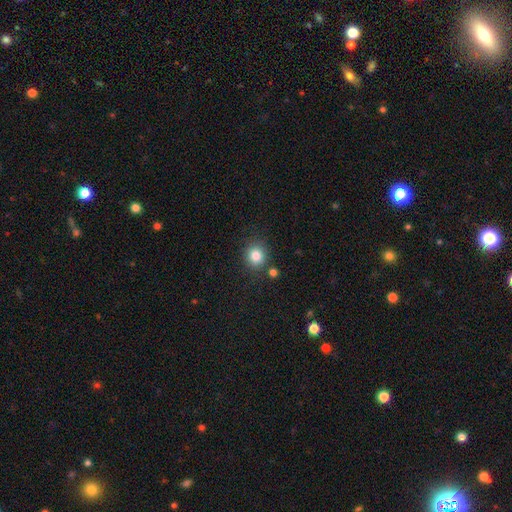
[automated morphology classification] Smooth or featured?
  - smooth: 83% *
  - star or artifact: 11%
  - featured or disk: 5%
How rounded?
  - round: 86% *
  - in between: 13%
  - cigar-shaped: 1%
Merging?
  - none: 83% *
  - minor disturbance: 9%
  - merger: 5%
  - major disturbance: 3%